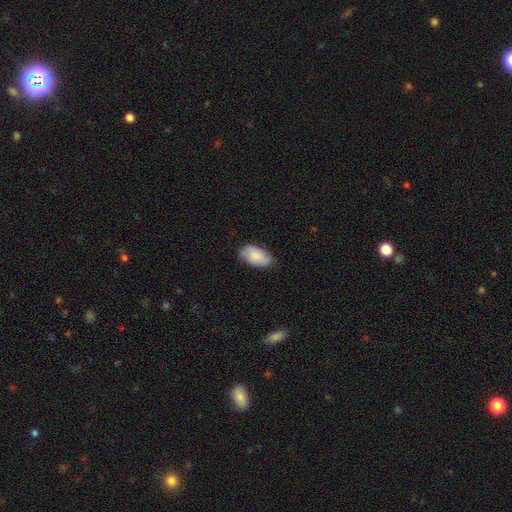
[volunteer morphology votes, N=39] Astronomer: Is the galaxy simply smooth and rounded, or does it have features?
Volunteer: smooth — 82%.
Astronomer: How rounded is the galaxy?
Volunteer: in between — 97%.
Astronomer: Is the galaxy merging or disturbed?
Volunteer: none — 67%.